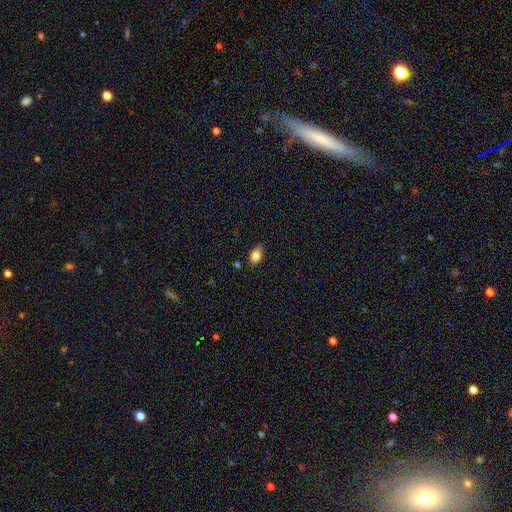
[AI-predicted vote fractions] This appears to be a smooth galaxy with no disk features (82%) that is in between round and cigar-shaped (84%). Merging: none (68%).